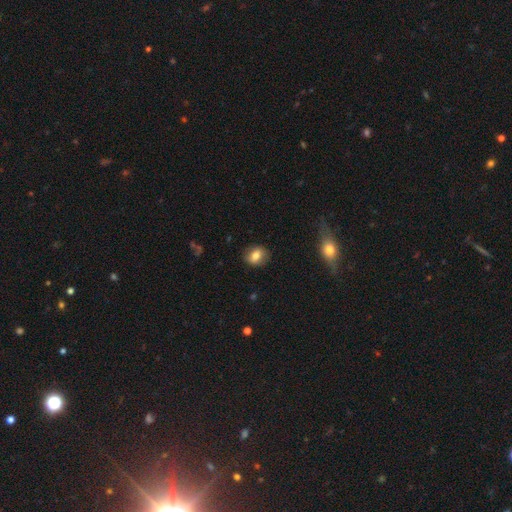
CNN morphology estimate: A smooth galaxy with no disk features (77%) that is round (54%).

Vote fractions:
- Smooth or featured? smooth: 77% / featured or disk: 15% / star or artifact: 9%
- How rounded? round: 54% / in between: 45% / cigar-shaped: 1%
- Merging? none: 85% / minor disturbance: 11% / major disturbance: 3% / merger: 1%